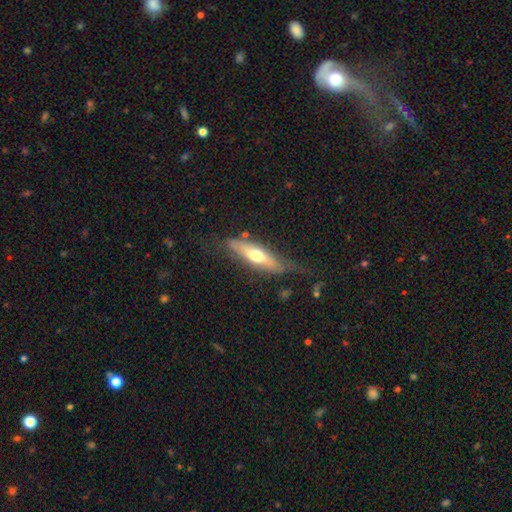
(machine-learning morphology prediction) A featured or disk galaxy (50%).

Vote fractions:
- Smooth or featured? featured or disk: 50% / smooth: 45% / star or artifact: 5%
- Merging? none: 62% / minor disturbance: 25% / major disturbance: 11% / merger: 3%